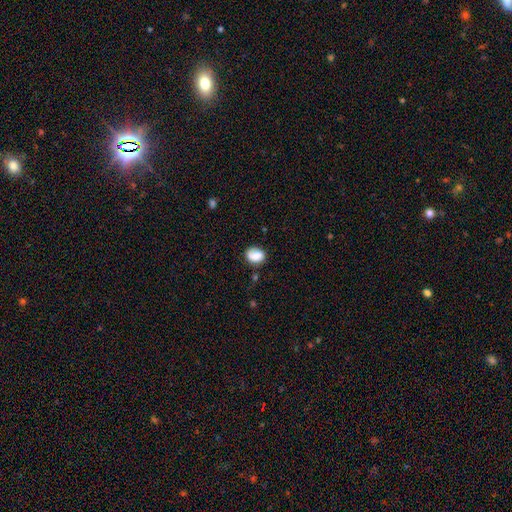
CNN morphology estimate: smooth 76%, featured or disk 16%, star or artifact 9%. Down the decision tree: how rounded — in between (52%); merging — none (60%).